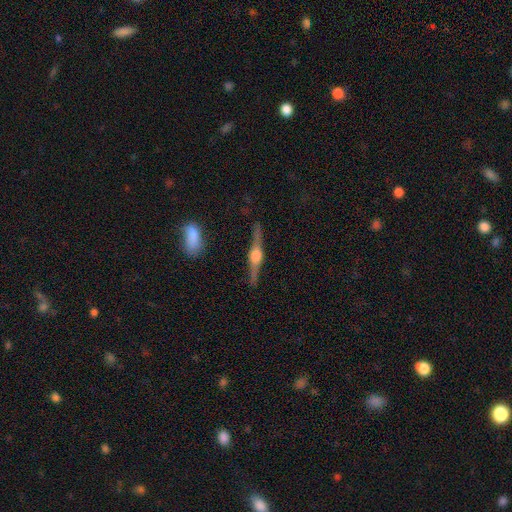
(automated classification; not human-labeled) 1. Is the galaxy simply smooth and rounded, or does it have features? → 85% featured or disk, 10% smooth, 6% star or artifact.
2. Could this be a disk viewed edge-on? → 98% yes, 2% no.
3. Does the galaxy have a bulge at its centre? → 91% rounded, 8% boxy, 2% none.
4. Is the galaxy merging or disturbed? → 89% none, 8% minor disturbance, 2% major disturbance, 2% merger.